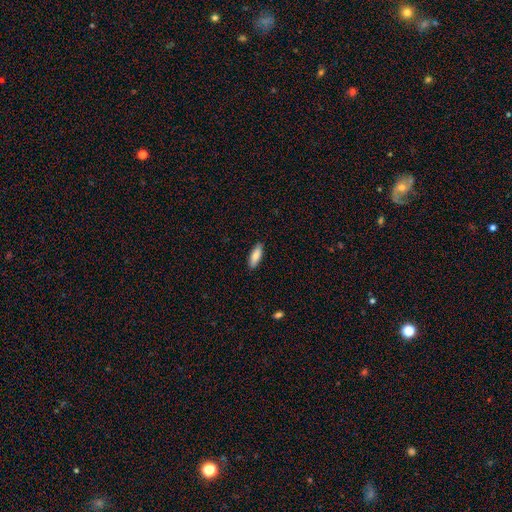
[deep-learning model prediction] Smooth or featured?
  - smooth: 84% *
  - featured or disk: 10%
  - star or artifact: 6%
How rounded?
  - in between: 63% *
  - cigar-shaped: 35%
  - round: 2%
Merging?
  - none: 88% *
  - minor disturbance: 9%
  - major disturbance: 2%
  - merger: 1%